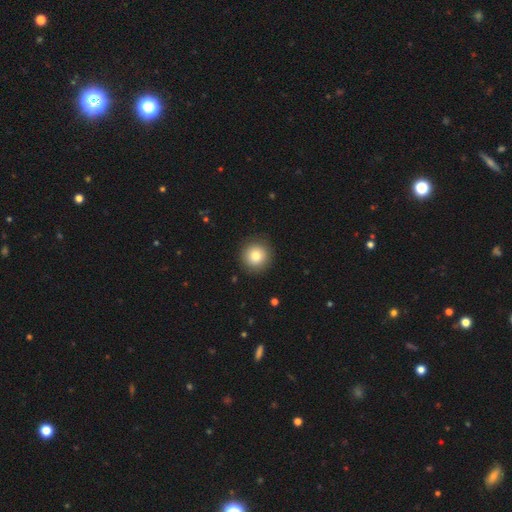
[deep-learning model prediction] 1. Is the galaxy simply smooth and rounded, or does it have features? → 83% smooth, 10% star or artifact, 8% featured or disk.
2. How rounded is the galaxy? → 95% round, 4% in between, 1% cigar-shaped.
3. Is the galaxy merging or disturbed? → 91% none, 6% minor disturbance, 2% major disturbance, 1% merger.